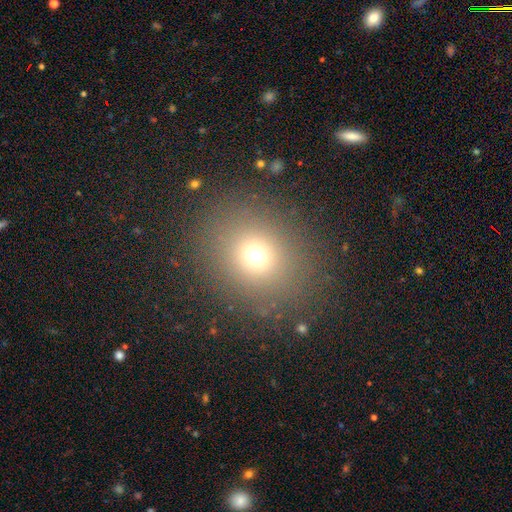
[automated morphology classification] Overall: smooth (69%). How rounded: round (73%). Merging: none (87%).